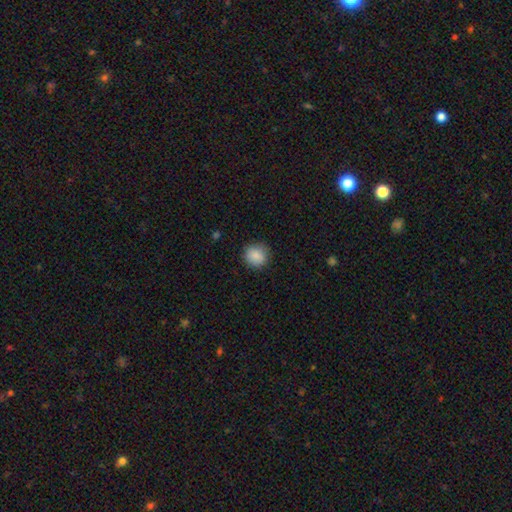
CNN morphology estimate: Smooth or featured? Predicted: smooth (p=0.88). How rounded? Predicted: round (p=0.88). Merging? Predicted: none (p=0.87).